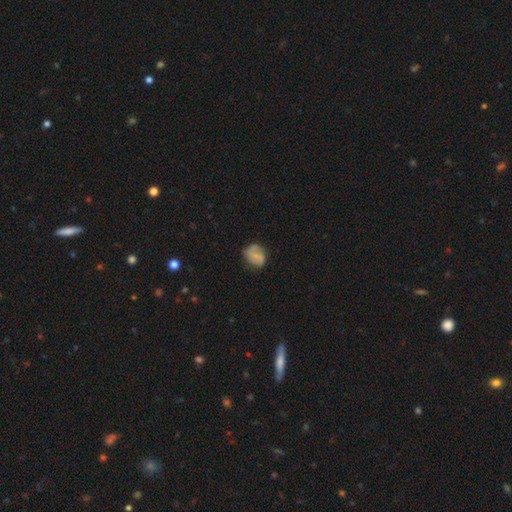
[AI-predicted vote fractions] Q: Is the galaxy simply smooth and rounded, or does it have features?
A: smooth — 52%.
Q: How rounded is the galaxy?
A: round — 51%.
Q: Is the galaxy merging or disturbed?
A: none — 64%.